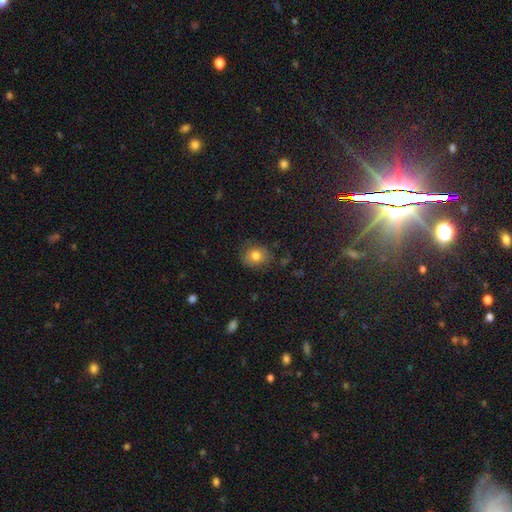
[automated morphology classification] Smooth or featured: smooth — 78% (star or artifact — 11%)
How rounded: round — 68% (in between — 31%)
Merging: none — 79% (minor disturbance — 16%)